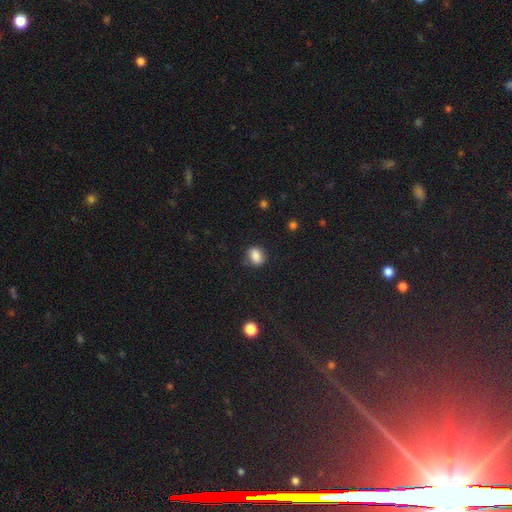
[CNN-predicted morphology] This is clearly a smooth galaxy (85%). How rounded: possibly in between (54%). Merging: clearly none (82%).